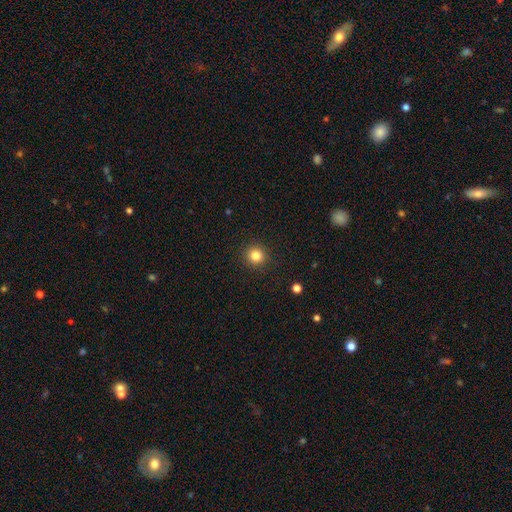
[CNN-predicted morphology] Q: Smooth or featured?
A: smooth (84%); runner-up: star or artifact (11%)
Q: How rounded?
A: round (92%); runner-up: in between (7%)
Q: Merging?
A: none (91%); runner-up: minor disturbance (6%)